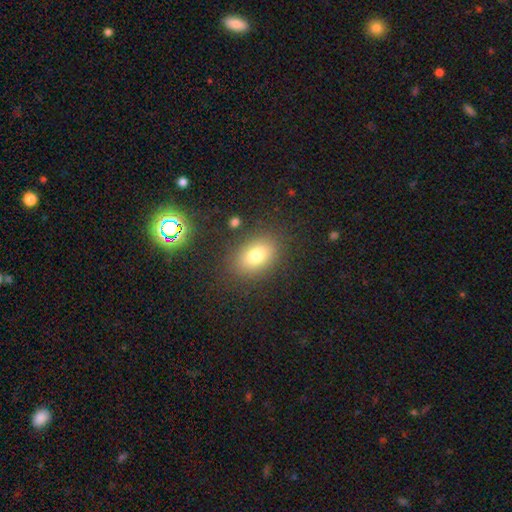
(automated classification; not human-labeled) A smooth galaxy with no disk features (76%) that is in between round and cigar-shaped (74%).

Vote fractions:
- Smooth or featured? smooth: 76% / star or artifact: 13% / featured or disk: 12%
- How rounded? in between: 74% / round: 25% / cigar-shaped: 1%
- Merging? none: 83% / minor disturbance: 10% / major disturbance: 4% / merger: 2%